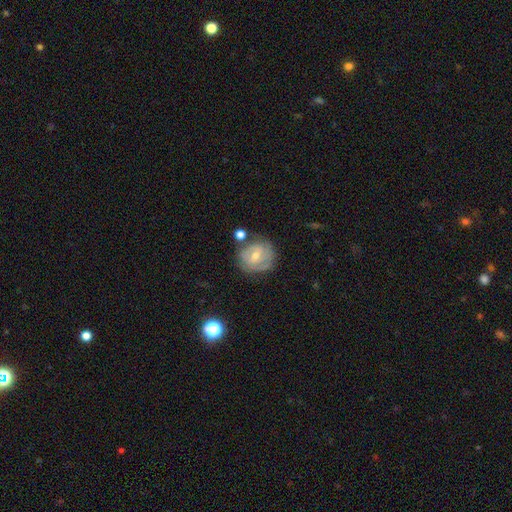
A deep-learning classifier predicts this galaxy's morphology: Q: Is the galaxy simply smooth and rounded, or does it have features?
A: featured or disk — 65%.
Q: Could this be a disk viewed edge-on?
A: no — 97%.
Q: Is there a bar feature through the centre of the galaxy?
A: no — 46%.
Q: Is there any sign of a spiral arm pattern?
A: yes — 78%.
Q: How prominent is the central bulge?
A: moderate — 52%.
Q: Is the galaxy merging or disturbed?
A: none — 64%.